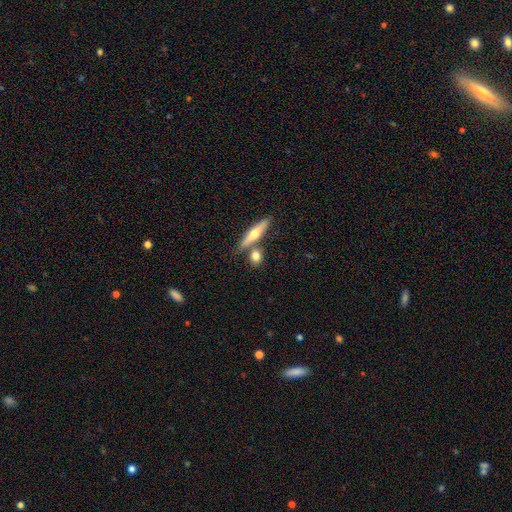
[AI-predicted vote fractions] Smooth or featured?
  - smooth: 65% *
  - featured or disk: 28%
  - star or artifact: 7%
How rounded?
  - round: 47% *
  - in between: 30%
  - cigar-shaped: 23%
Merging?
  - none: 65% *
  - merger: 22%
  - minor disturbance: 10%
  - major disturbance: 3%